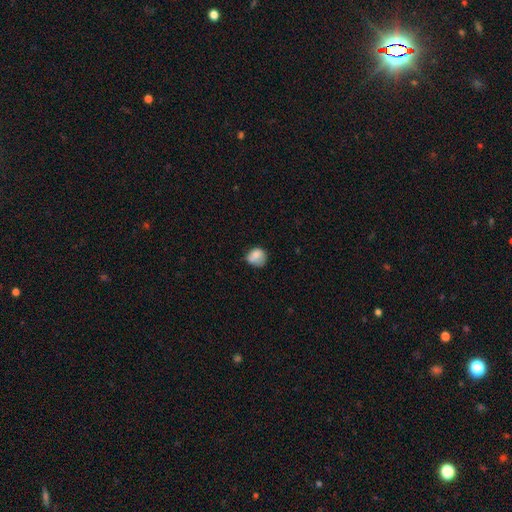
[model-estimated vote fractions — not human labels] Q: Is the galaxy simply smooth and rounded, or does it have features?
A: smooth — 79%.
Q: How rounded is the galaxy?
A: round — 71%.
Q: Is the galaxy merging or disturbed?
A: none — 49%.